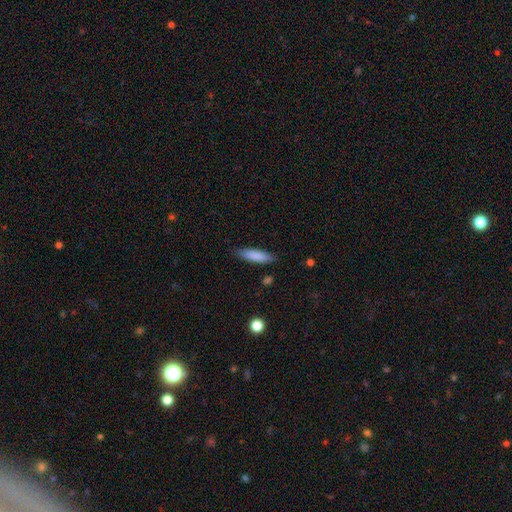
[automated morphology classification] This appears to be a smooth galaxy with no disk features (85%) that is cigar-shaped (67%). Merging: none (85%).